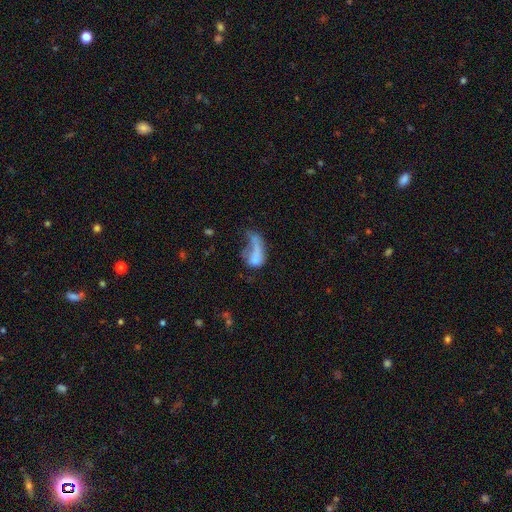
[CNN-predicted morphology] This appears to be a smooth galaxy with no disk features (54%) that is in between round and cigar-shaped (74%). Merging: major disturbance (55%).